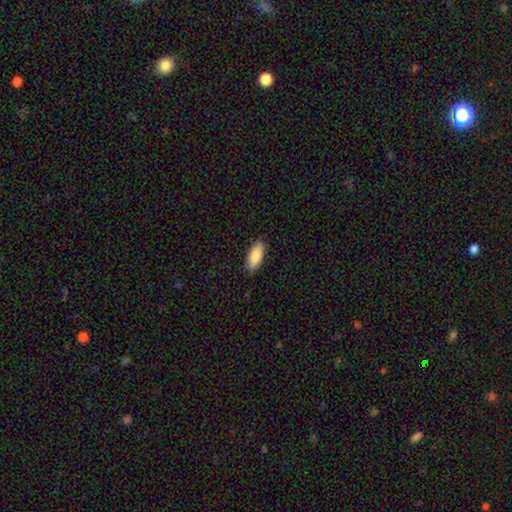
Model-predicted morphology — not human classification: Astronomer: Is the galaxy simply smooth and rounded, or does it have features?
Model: smooth — 84%.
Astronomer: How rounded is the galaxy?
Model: in between — 81%.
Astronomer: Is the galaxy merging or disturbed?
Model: none — 88%.